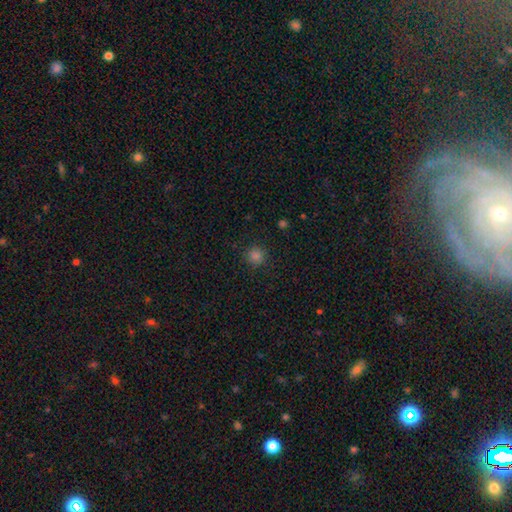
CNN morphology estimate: A smooth galaxy with no disk features (80%) that is round (94%).

Vote fractions:
- Smooth or featured? smooth: 80% / star or artifact: 16% / featured or disk: 3%
- How rounded? round: 94% / in between: 5% / cigar-shaped: 1%
- Merging? none: 91% / minor disturbance: 6% / major disturbance: 2% / merger: 1%